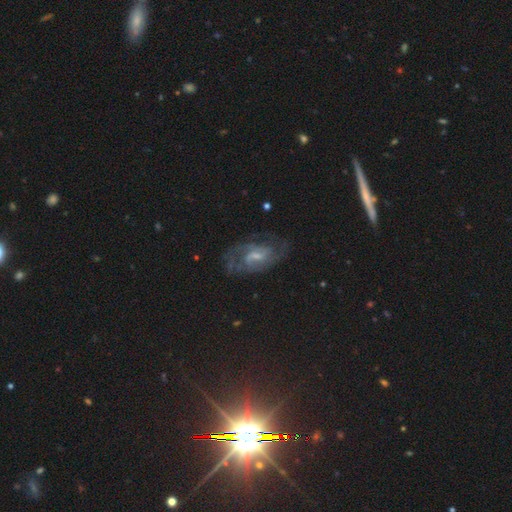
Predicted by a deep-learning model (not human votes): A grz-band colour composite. It shows a featured or disk galaxy (74%) with a weak bar (54%), 2 (54%) medium (47%) spiral arms (93%) and a small central bulge (47%). Merging: none (72%).